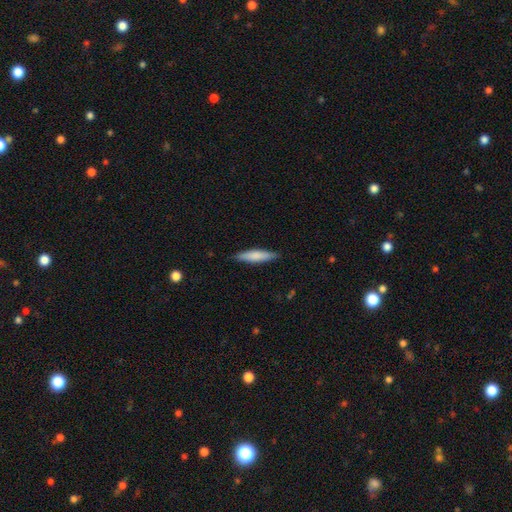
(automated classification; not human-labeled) Q: Smooth or featured?
A: smooth (74%); runner-up: featured or disk (21%)
Q: How rounded?
A: cigar-shaped (81%); runner-up: in between (18%)
Q: Merging?
A: none (87%); runner-up: minor disturbance (10%)